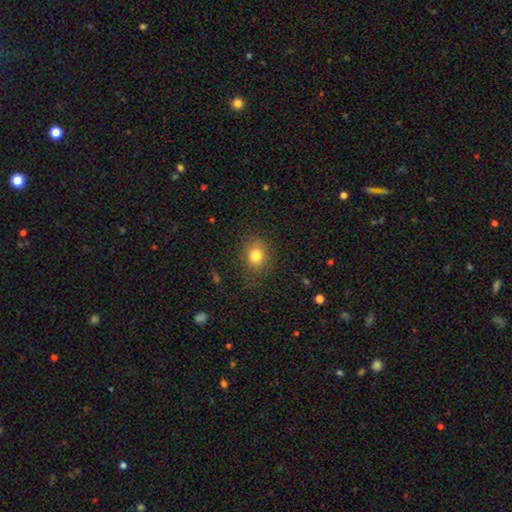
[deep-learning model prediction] smooth_or_featured: smooth (p=0.80) [alt: star or artifact p=0.12]
how_rounded: round (p=0.64) [alt: in between p=0.35]
merging: none (p=0.81) [alt: minor disturbance p=0.13]